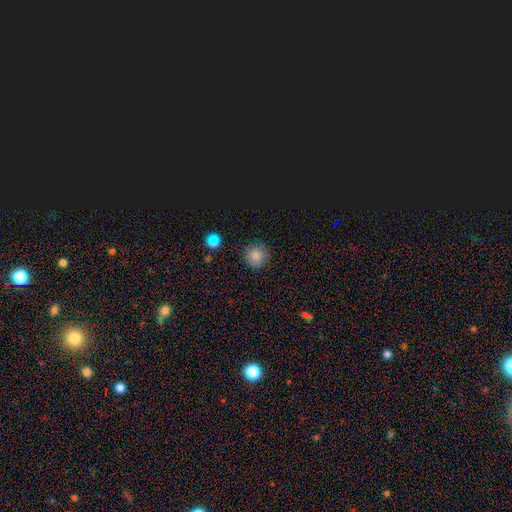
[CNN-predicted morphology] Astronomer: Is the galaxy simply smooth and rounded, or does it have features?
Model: smooth — 77%.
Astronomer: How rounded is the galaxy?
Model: round — 93%.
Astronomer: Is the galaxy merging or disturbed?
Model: none — 85%.